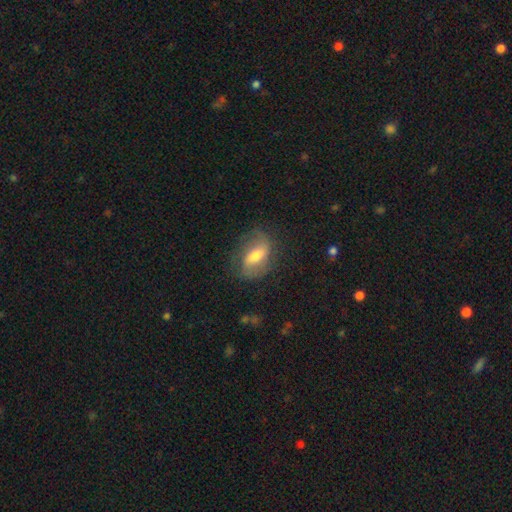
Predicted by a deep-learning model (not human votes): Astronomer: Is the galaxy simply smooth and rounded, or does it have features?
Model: featured or disk — 58% (runner-up: smooth, 34%).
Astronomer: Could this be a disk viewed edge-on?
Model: no — 89%.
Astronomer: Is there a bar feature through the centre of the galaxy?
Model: weak — 40% (runner-up: strong, 39%).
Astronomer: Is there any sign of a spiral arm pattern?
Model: yes — 75%.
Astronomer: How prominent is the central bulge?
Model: moderate — 63%.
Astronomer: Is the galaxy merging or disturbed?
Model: none — 67%.